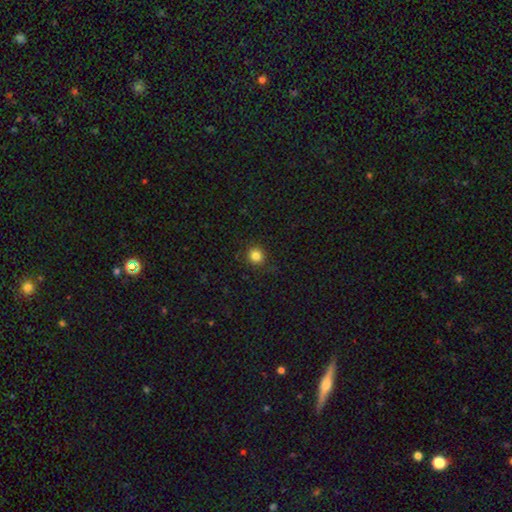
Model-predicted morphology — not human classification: Smooth or featured: smooth — 84% (star or artifact — 12%)
How rounded: round — 90% (in between — 10%)
Merging: none — 88% (minor disturbance — 8%)